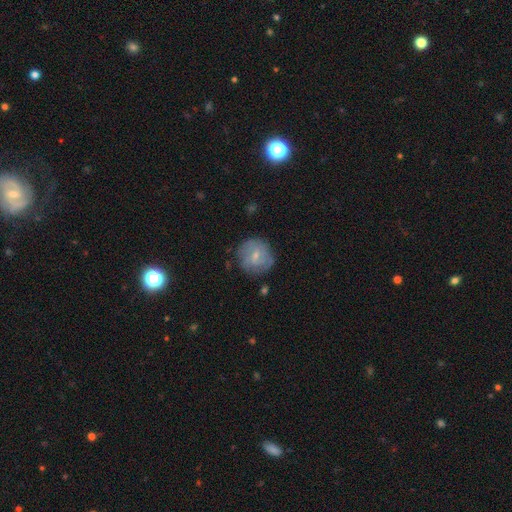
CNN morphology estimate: Smooth or featured? smooth (53%)
How rounded? round (88%)
Merging? none (72%)